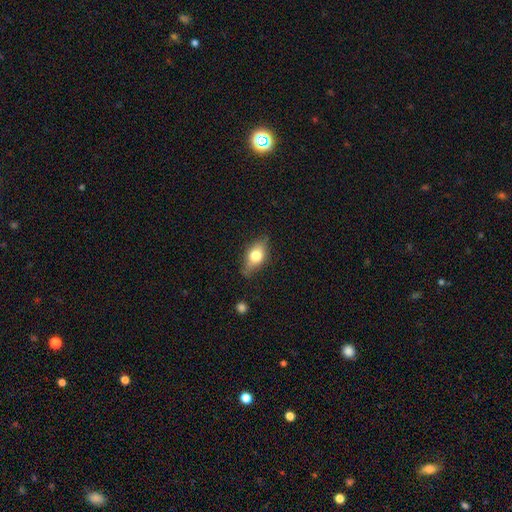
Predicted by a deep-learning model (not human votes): A smooth galaxy with no disk features (68%) that is in between round and cigar-shaped (83%).

Vote fractions:
- Smooth or featured? smooth: 68% / featured or disk: 25% / star or artifact: 8%
- How rounded? in between: 83% / round: 10% / cigar-shaped: 8%
- Merging? none: 73% / minor disturbance: 20% / major disturbance: 4% / merger: 2%